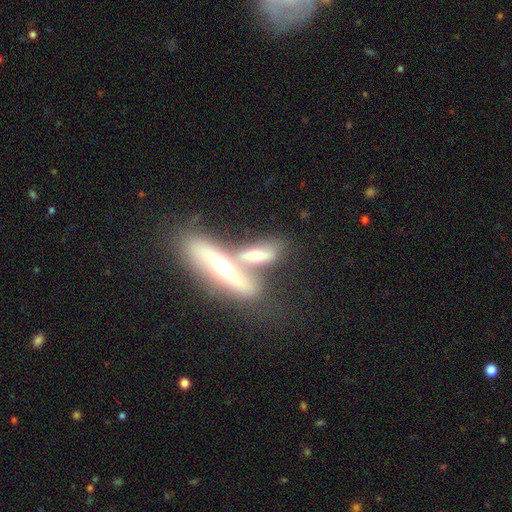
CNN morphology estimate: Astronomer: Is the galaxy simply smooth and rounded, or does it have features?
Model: featured or disk — 50% (runner-up: smooth, 41%).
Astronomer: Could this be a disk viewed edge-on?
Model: yes — 74%.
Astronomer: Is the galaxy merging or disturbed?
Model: merger — 53% (runner-up: none, 32%).